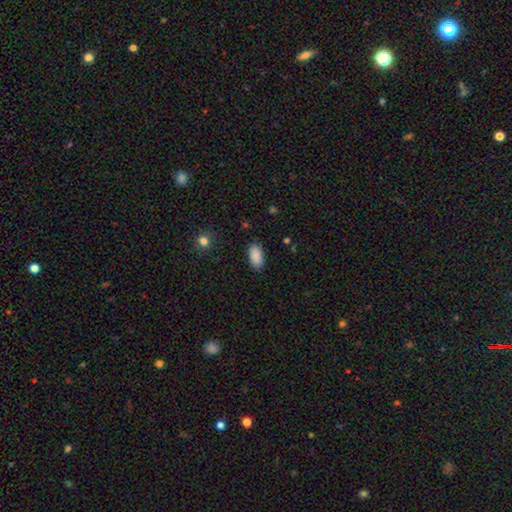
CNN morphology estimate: Q: Smooth or featured?
A: smooth (89%); runner-up: star or artifact (7%)
Q: How rounded?
A: in between (94%); runner-up: round (3%)
Q: Merging?
A: none (85%); runner-up: minor disturbance (11%)